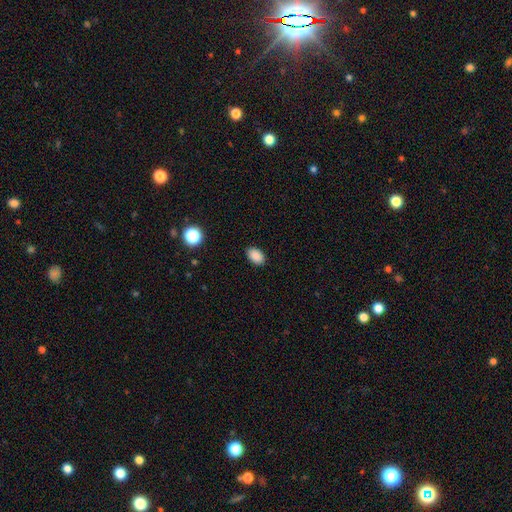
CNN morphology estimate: Smooth or featured: smooth — 88% (star or artifact — 9%)
How rounded: in between — 89% (round — 9%)
Merging: none — 89% (minor disturbance — 8%)